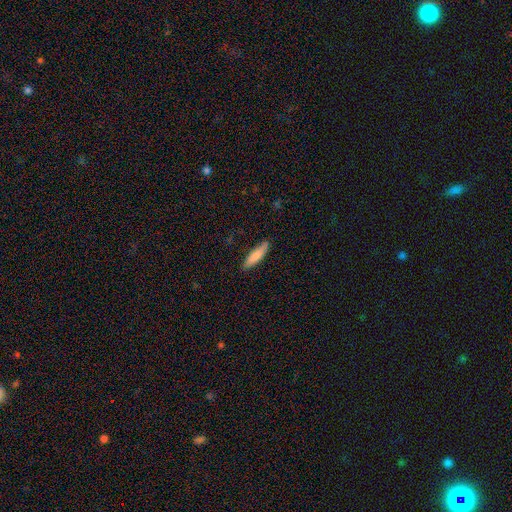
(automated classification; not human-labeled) Smooth or featured: smooth — 81% (featured or disk — 13%)
How rounded: cigar-shaped — 76% (in between — 23%)
Merging: none — 83% (minor disturbance — 14%)